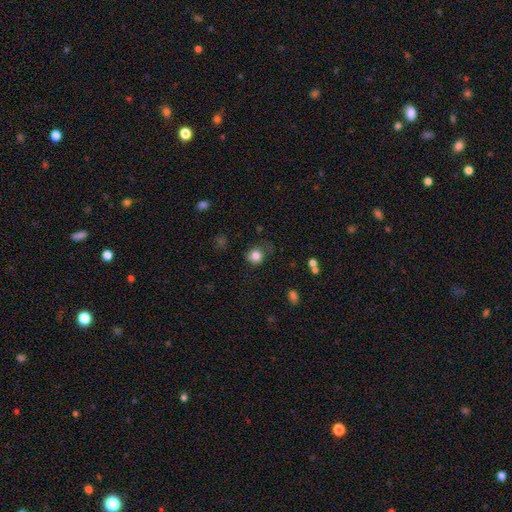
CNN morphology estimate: This appears to be a smooth galaxy with no disk features (82%) that is round (82%). Merging: none (69%).